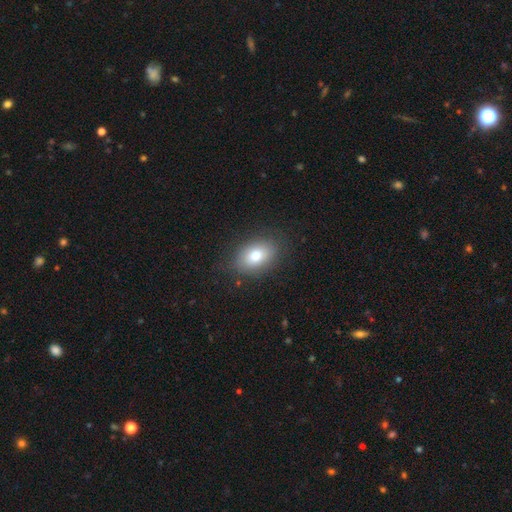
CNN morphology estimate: type=smooth (77%); roundness=in between (80%); merging=none (83%).